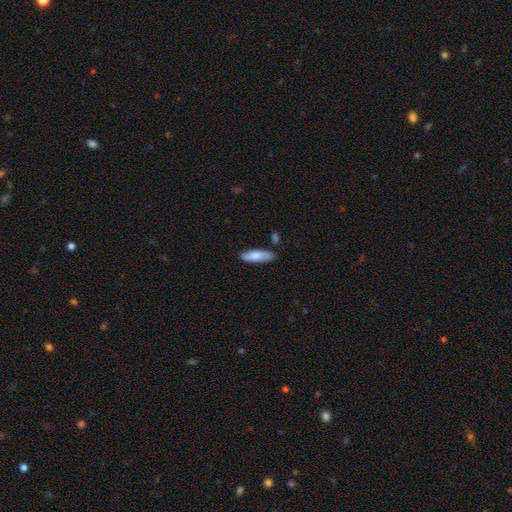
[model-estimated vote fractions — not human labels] Smooth or featured? Predicted: smooth (p=0.80). How rounded? Predicted: cigar-shaped (p=0.53). Merging? Predicted: none (p=0.80).